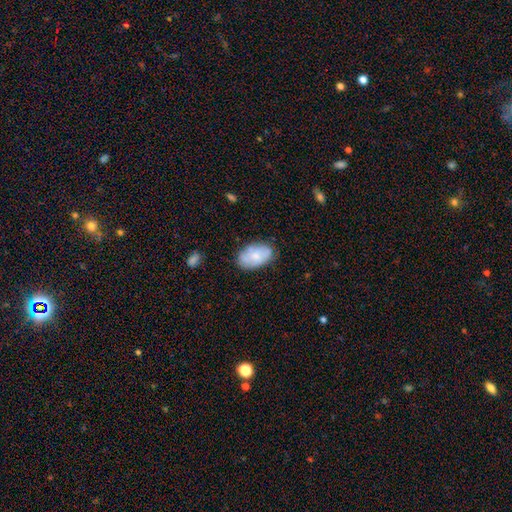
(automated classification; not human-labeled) Morphology: type=smooth (71%); roundness=in between (93%); merging=none (71%).